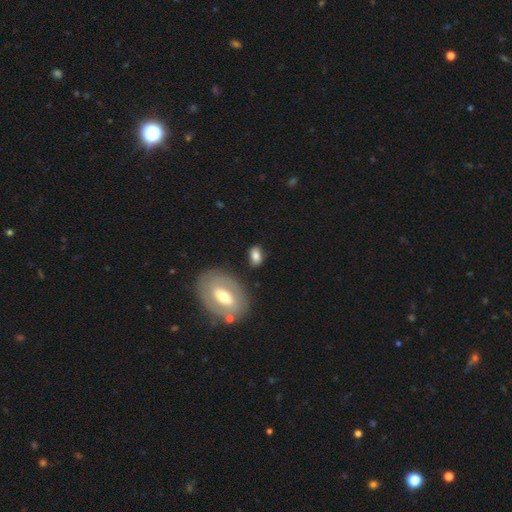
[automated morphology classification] Q: Smooth or featured?
A: smooth (74%); runner-up: featured or disk (18%)
Q: How rounded?
A: in between (85%); runner-up: round (12%)
Q: Merging?
A: none (76%); runner-up: minor disturbance (14%)